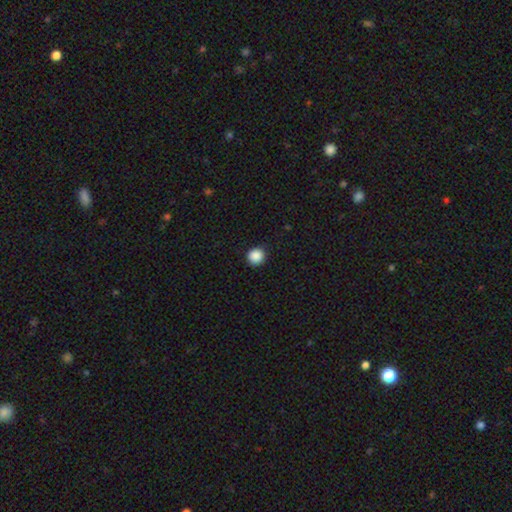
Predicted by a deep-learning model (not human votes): A smooth galaxy with no disk features (88%) that is round (93%).

Vote fractions:
- Smooth or featured? smooth: 88% / star or artifact: 9% / featured or disk: 2%
- How rounded? round: 93% / in between: 6% / cigar-shaped: 1%
- Merging? none: 91% / minor disturbance: 6% / major disturbance: 2% / merger: 1%